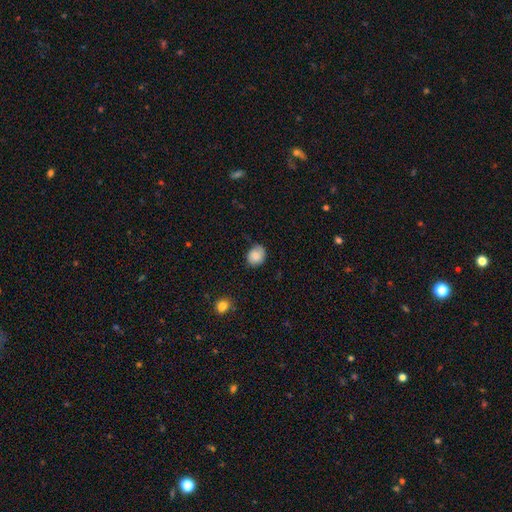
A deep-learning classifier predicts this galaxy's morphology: smooth-or-featured: smooth: 83% | star or artifact: 9% | featured or disk: 8%
  how-rounded: round: 66% | in between: 33% | cigar-shaped: 1%
  merging: none: 66% | minor disturbance: 27% | major disturbance: 6% | merger: 2%